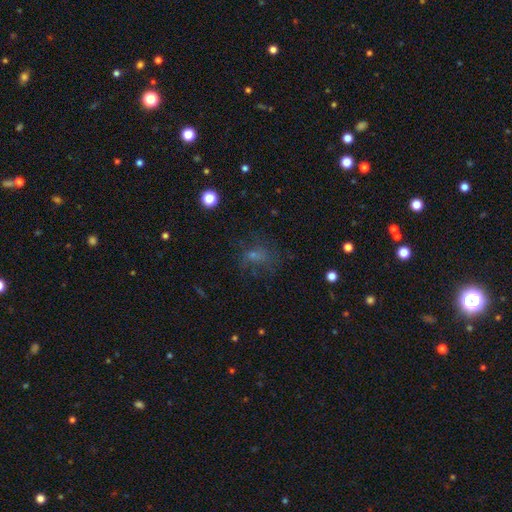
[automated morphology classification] This is possibly a smooth galaxy (48%). Merging: possibly none (51%).